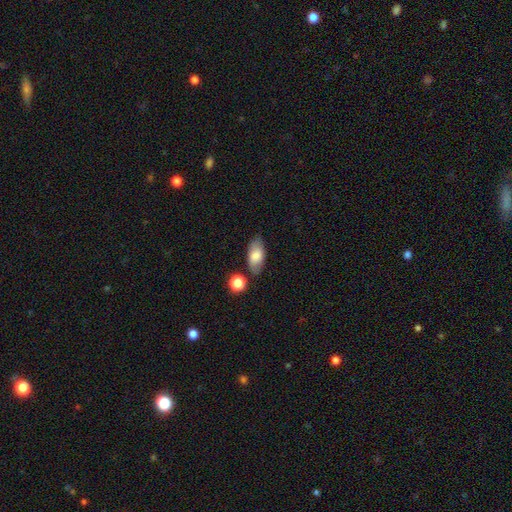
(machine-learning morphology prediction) Smooth or featured: smooth — 74% (featured or disk — 19%)
How rounded: in between — 89% (cigar-shaped — 7%)
Merging: none — 74% (minor disturbance — 16%)